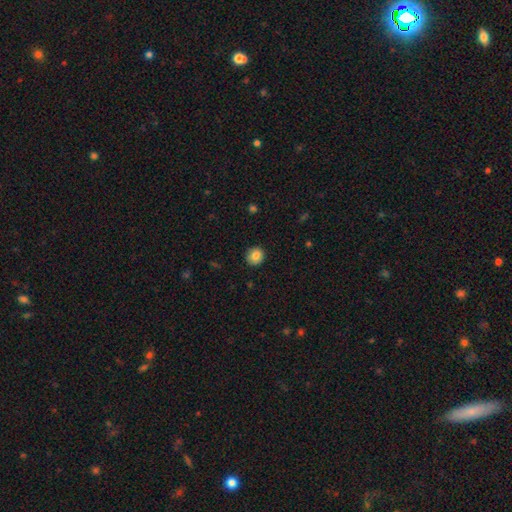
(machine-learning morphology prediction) A smooth galaxy with no disk features (83%) that is round (89%).

Vote fractions:
- Smooth or featured? smooth: 83% / star or artifact: 9% / featured or disk: 8%
- How rounded? round: 89% / in between: 10% / cigar-shaped: 1%
- Merging? none: 90% / minor disturbance: 7% / major disturbance: 2% / merger: 1%